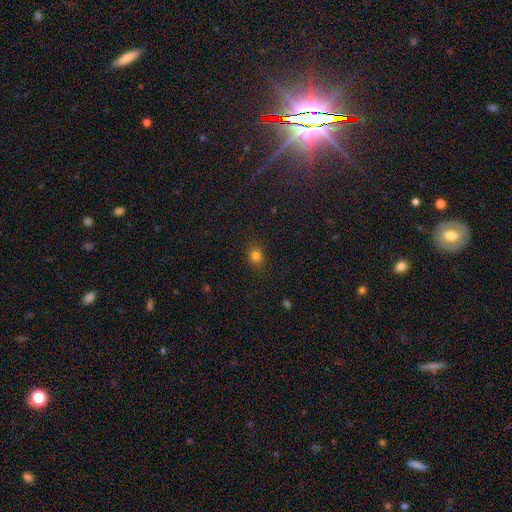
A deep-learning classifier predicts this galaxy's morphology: smooth-or-featured: smooth: 79% | star or artifact: 15% | featured or disk: 6%
  how-rounded: round: 57% | in between: 41% | cigar-shaped: 1%
  merging: none: 86% | minor disturbance: 10% | major disturbance: 3% | merger: 1%